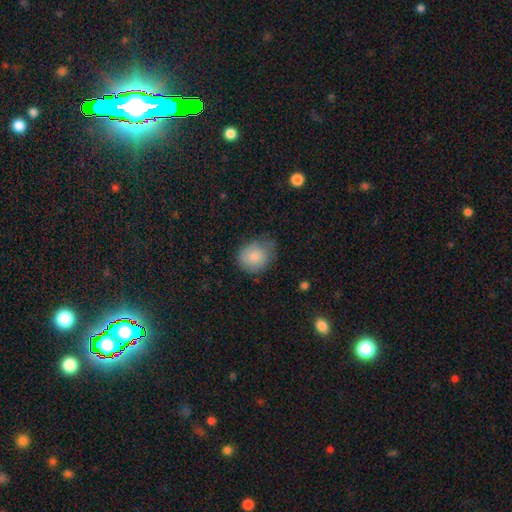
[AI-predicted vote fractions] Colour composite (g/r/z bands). It shows a smooth galaxy with no disk features (81%) that is round (64%). Merging: none (55%).